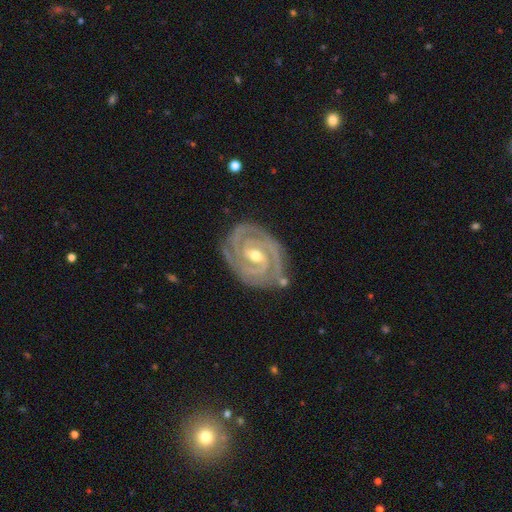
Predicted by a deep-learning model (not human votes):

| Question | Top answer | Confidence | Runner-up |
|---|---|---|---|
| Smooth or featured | featured or disk | 93% | star or artifact (4%) |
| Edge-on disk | no | 97% | yes (3%) |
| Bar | weak | 43% | strong (29%) |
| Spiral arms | yes | 99% | no (1%) |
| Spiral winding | tight | 81% | medium (17%) |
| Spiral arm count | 2 | 59% | 3 (26%) |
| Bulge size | moderate | 57% | small (40%) |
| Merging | none | 78% | minor disturbance (16%) |